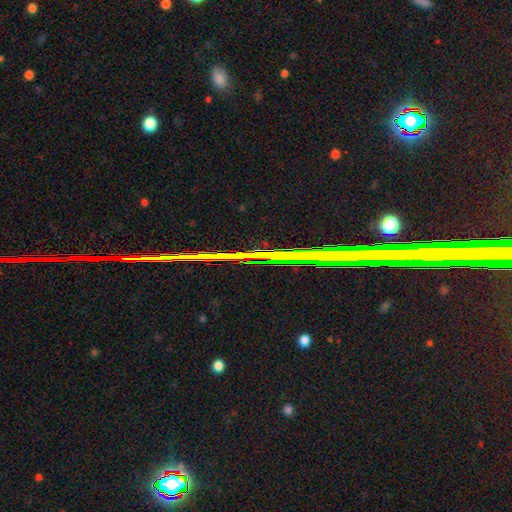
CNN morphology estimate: The model was most divided on "smooth or featured": star or artifact: 78%, featured or disk: 13%, smooth: 9%.